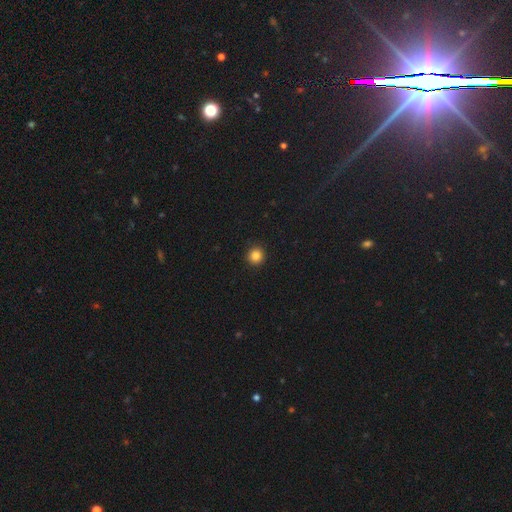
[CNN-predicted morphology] Overall: smooth (84%). How rounded: round (95%). Merging: none (93%).